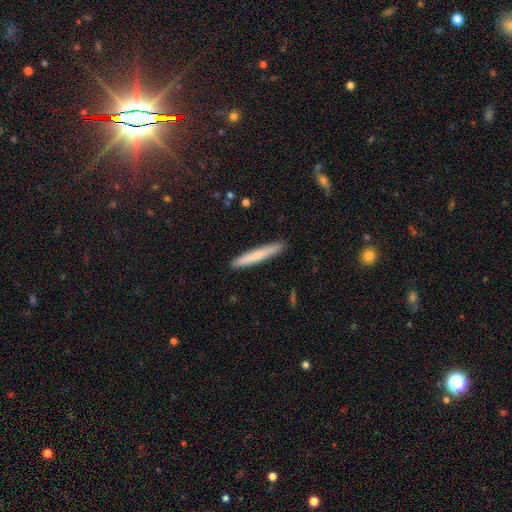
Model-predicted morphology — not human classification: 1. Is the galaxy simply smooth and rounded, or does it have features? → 69% smooth, 25% featured or disk, 6% star or artifact.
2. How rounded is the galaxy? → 96% cigar-shaped, 3% in between, 1% round.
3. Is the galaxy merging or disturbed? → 92% none, 6% minor disturbance, 1% major disturbance, 1% merger.